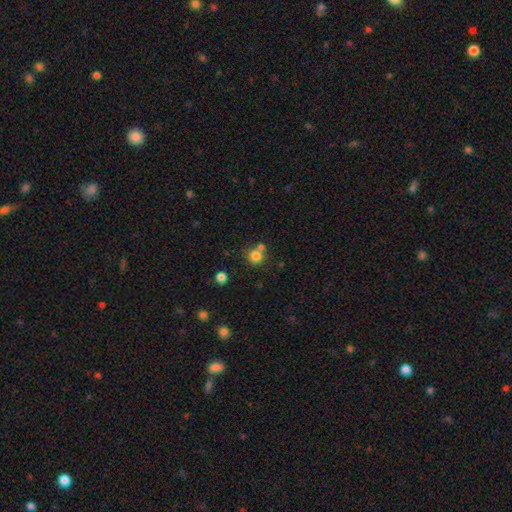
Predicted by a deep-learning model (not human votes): Smooth or featured? Predicted: smooth (p=0.80). How rounded? Predicted: round (p=0.89). Merging? Predicted: none (p=0.62).